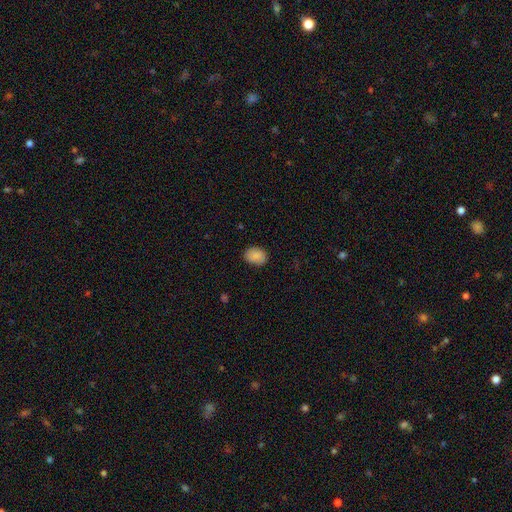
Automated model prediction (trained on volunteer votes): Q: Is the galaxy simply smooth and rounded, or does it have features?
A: smooth — 88%.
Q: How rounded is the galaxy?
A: in between — 68%.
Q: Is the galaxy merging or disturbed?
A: none — 82%.